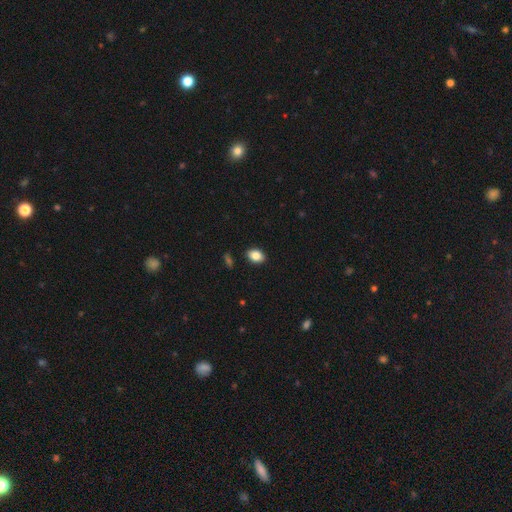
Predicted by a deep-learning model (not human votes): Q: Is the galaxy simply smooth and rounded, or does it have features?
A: smooth — 85%.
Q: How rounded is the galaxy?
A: in between — 79%.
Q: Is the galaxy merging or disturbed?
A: none — 89%.